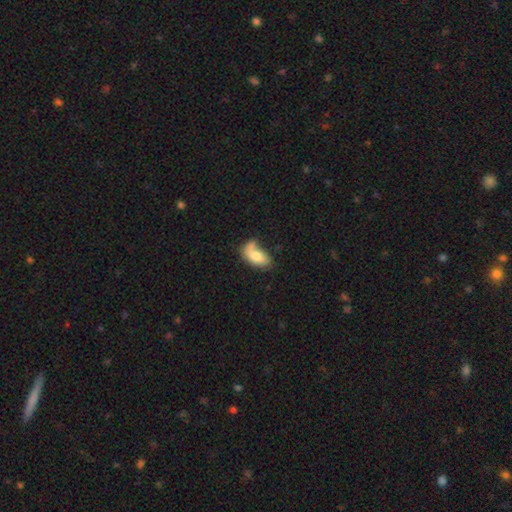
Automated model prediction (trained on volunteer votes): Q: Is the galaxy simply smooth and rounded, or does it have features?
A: smooth — 74%.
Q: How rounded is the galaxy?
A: in between — 90%.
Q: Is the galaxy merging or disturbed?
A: none — 36%.